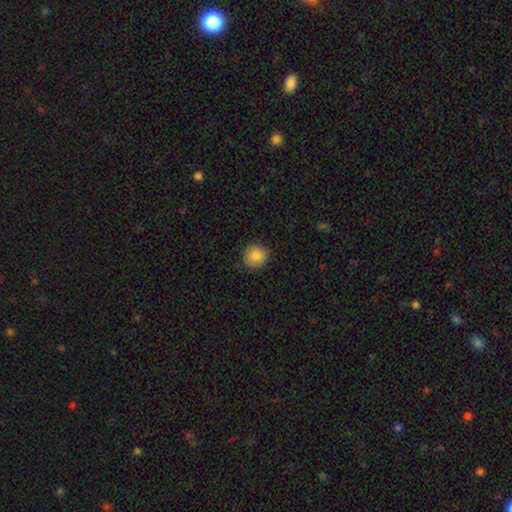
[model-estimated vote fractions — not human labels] Smooth or featured?
  - smooth: 86% *
  - star or artifact: 9%
  - featured or disk: 5%
How rounded?
  - round: 92% *
  - in between: 7%
  - cigar-shaped: 1%
Merging?
  - none: 90% *
  - minor disturbance: 7%
  - major disturbance: 2%
  - merger: 1%